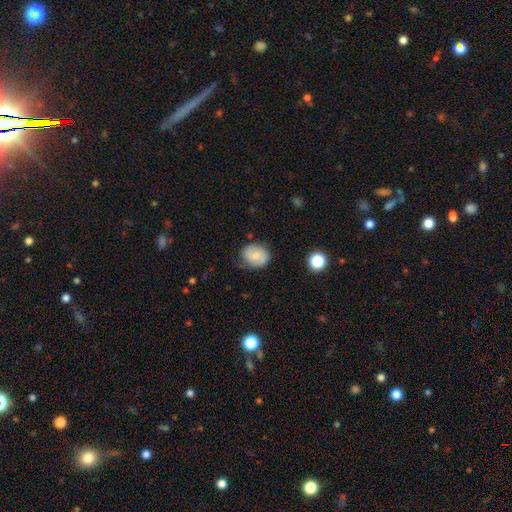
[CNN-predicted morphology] A smooth galaxy with no disk features (65%) that is round (53%).

Vote fractions:
- Smooth or featured? smooth: 65% / featured or disk: 26% / star or artifact: 8%
- How rounded? round: 53% / in between: 46% / cigar-shaped: 1%
- Merging? none: 74% / minor disturbance: 20% / major disturbance: 5% / merger: 2%